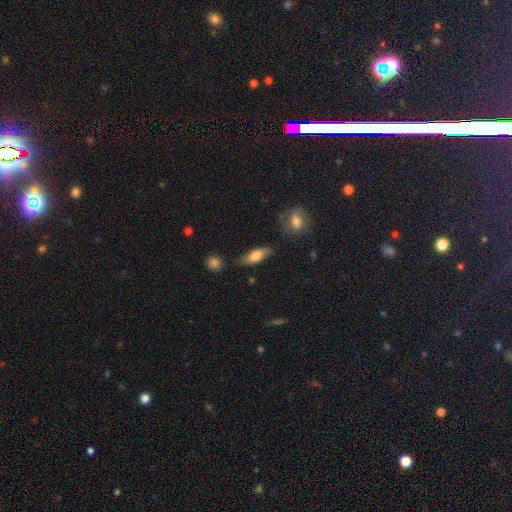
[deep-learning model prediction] Smooth or featured? Predicted: smooth (p=0.70). How rounded? Predicted: in between (p=0.65). Merging? Predicted: none (p=0.71).